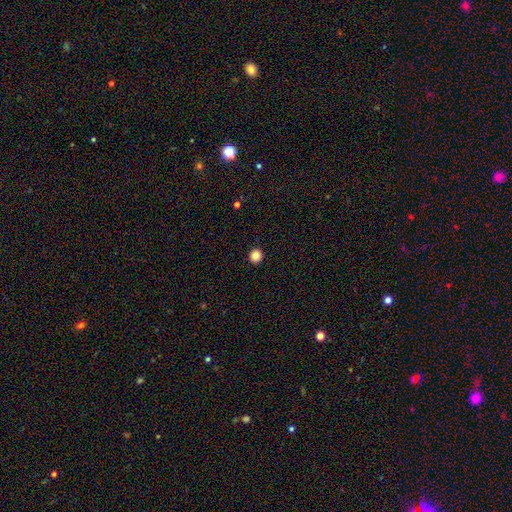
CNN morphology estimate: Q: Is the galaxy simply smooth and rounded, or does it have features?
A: smooth — 85%.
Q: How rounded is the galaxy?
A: round — 95%.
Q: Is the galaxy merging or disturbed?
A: none — 94%.